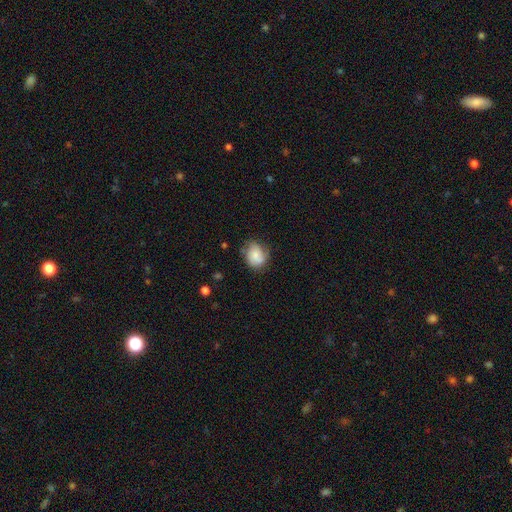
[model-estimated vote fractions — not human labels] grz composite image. It shows a smooth galaxy with no disk features (67%) that is round (55%). Merging: none (59%).